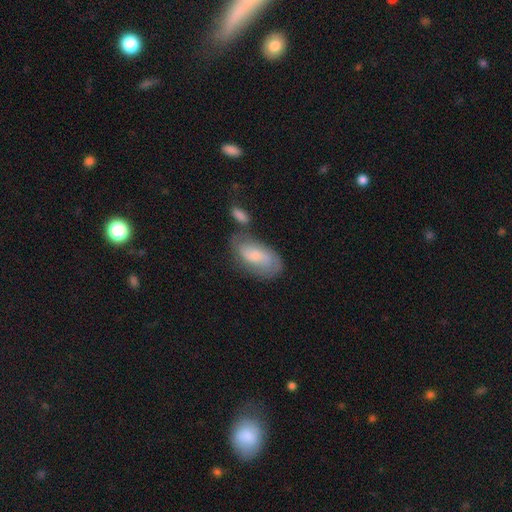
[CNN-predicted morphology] type=smooth (48%); merging=none (46%).